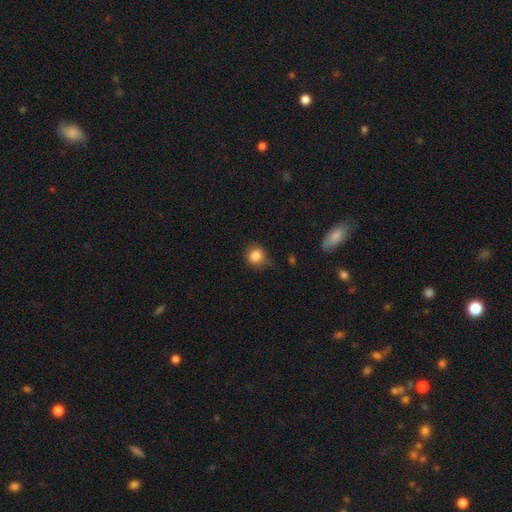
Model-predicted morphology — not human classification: Smooth or featured: smooth — 83% (star or artifact — 10%)
How rounded: round — 85% (in between — 14%)
Merging: none — 64% (minor disturbance — 28%)